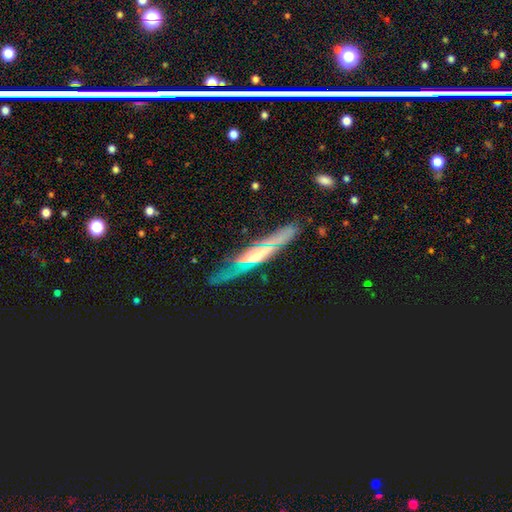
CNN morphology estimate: Overall: featured or disk (71%). Edge-on disk: yes (70%; no 30%). Merging: none (74%).